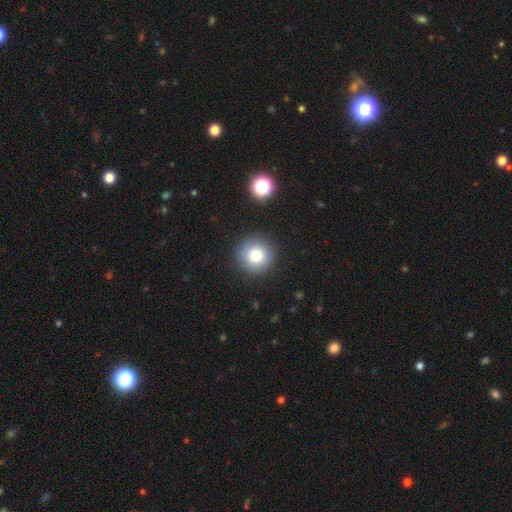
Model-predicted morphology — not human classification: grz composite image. It shows a smooth galaxy with no disk features (80%) that is round (95%). Merging: none (90%).